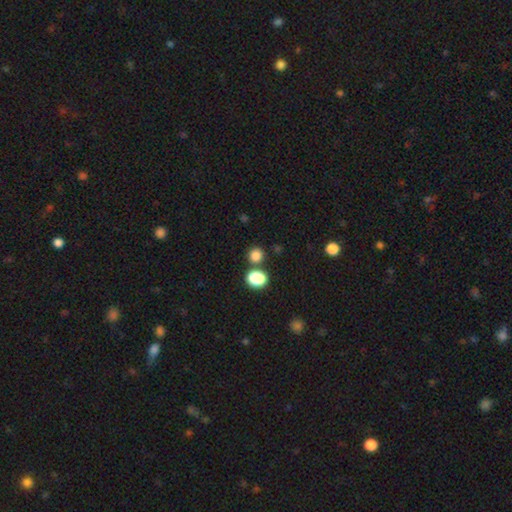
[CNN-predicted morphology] smooth 82%, star or artifact 13%, featured or disk 5%. Down the decision tree: how rounded — round (83%); merging — none (70%).